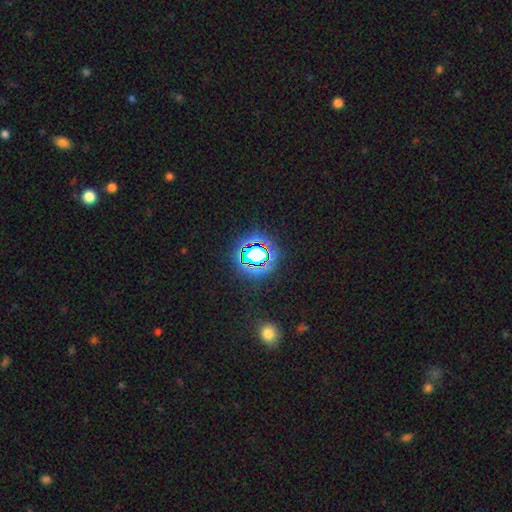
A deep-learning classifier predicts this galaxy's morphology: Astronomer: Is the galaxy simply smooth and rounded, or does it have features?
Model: star or artifact — 64%.